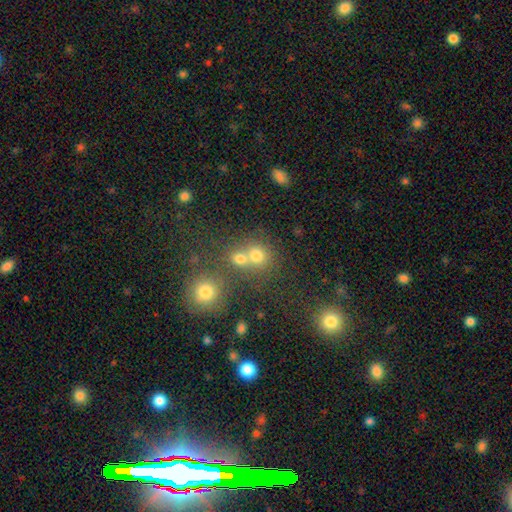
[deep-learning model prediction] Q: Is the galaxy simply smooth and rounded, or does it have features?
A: smooth — 71%.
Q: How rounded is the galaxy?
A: round — 80%.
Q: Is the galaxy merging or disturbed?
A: none — 46%.